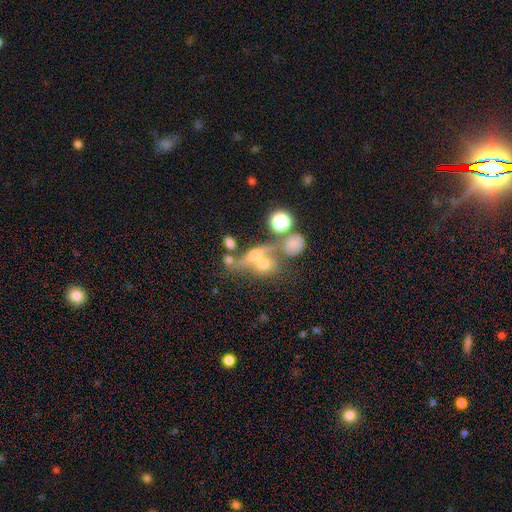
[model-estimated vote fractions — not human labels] Q: Smooth or featured?
A: featured or disk (45%); runner-up: smooth (36%)
Q: Merging?
A: merger (43%); runner-up: none (35%)